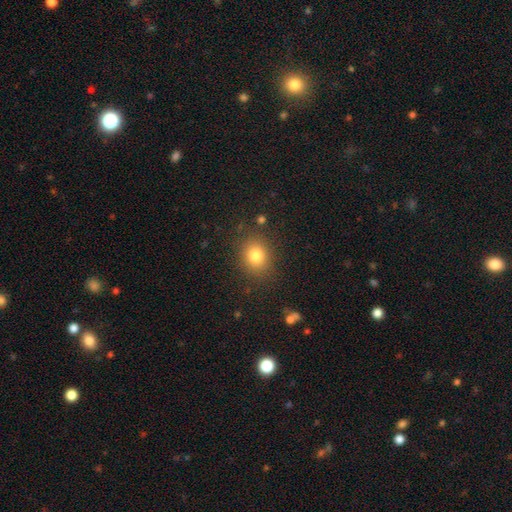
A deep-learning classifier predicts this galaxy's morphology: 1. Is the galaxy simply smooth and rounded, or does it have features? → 81% smooth, 12% star or artifact, 7% featured or disk.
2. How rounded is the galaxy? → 62% round, 37% in between, 1% cigar-shaped.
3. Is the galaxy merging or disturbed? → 85% none, 10% minor disturbance, 4% major disturbance, 2% merger.